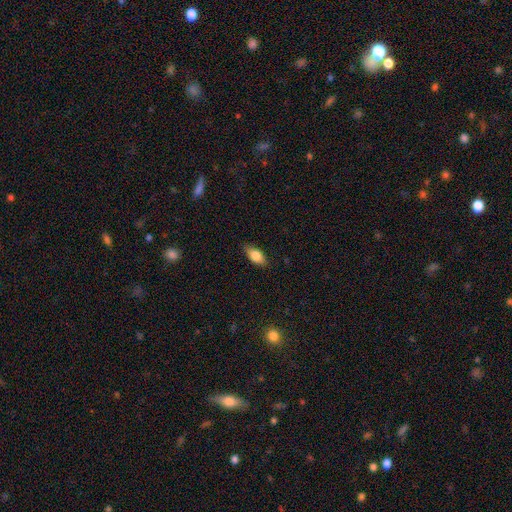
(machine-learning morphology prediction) Smooth or featured: smooth — 82% (featured or disk — 11%)
How rounded: in between — 87% (cigar-shaped — 8%)
Merging: none — 84% (minor disturbance — 13%)